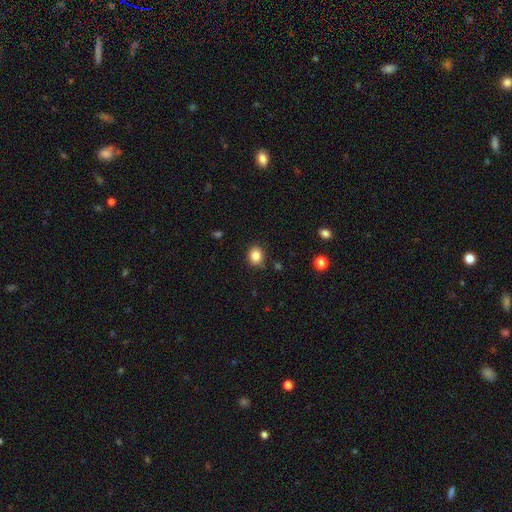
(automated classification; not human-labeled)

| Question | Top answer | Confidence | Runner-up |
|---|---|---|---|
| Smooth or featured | smooth | 85% | star or artifact (10%) |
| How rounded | round | 60% | in between (39%) |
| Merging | none | 84% | minor disturbance (11%) |